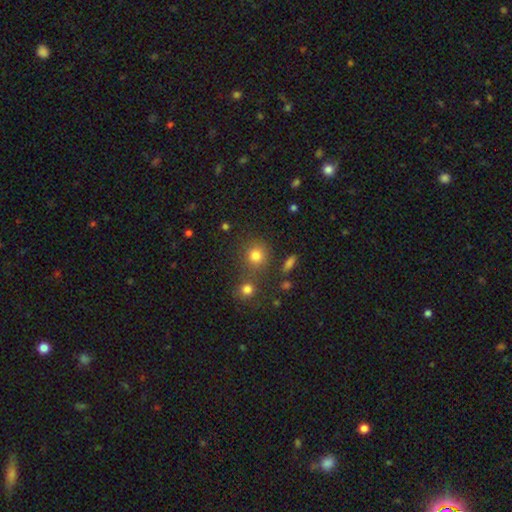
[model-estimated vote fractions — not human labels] The model was most divided on "merging": none: 68%, merger: 17%, minor disturbance: 10%, major disturbance: 5%. More confident: how rounded — round (87%); smooth or featured — smooth (79%).